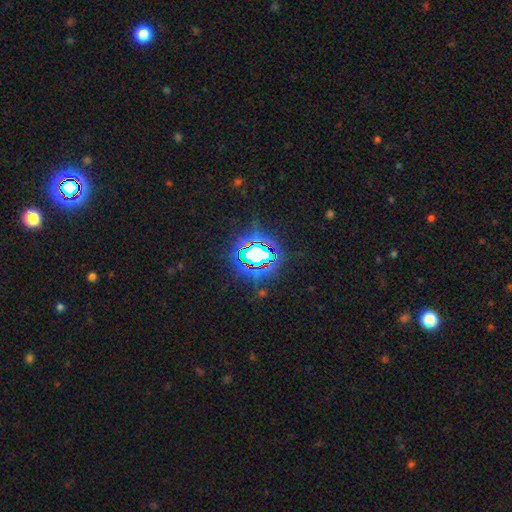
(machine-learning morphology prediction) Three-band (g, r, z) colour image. It shows a star or artifact, not a galaxy (74%).